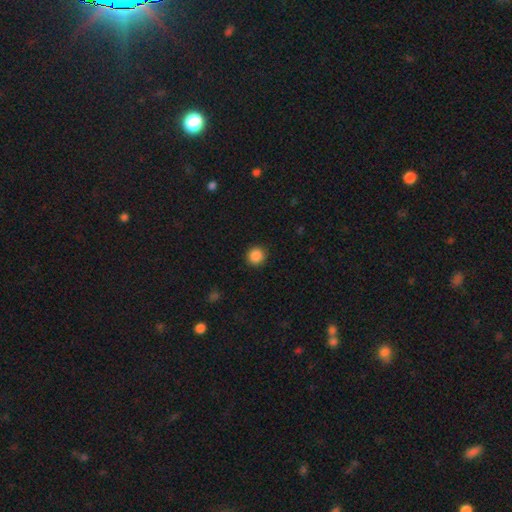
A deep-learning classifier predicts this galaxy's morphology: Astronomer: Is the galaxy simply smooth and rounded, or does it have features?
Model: smooth — 88%.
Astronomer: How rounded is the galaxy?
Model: round — 92%.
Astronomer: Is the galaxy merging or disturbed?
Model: none — 91%.